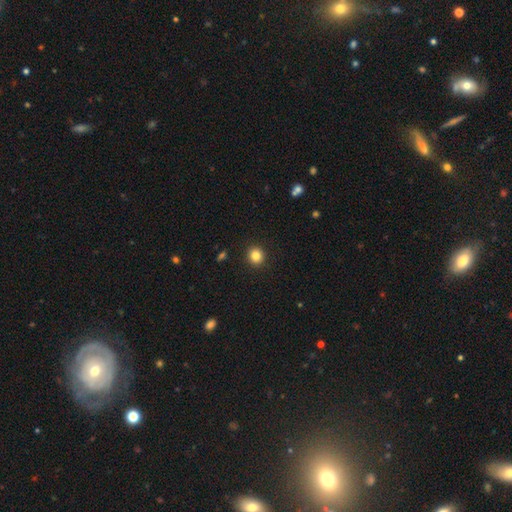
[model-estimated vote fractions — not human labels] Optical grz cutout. It shows a smooth galaxy with no disk features (84%) that is round (91%). Merging: none (92%).